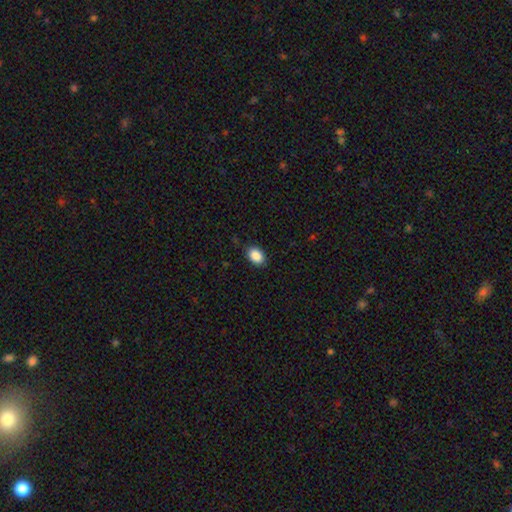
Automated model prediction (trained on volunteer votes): Q: Smooth or featured?
A: smooth (89%); runner-up: star or artifact (8%)
Q: How rounded?
A: in between (84%); runner-up: round (15%)
Q: Merging?
A: none (88%); runner-up: minor disturbance (9%)